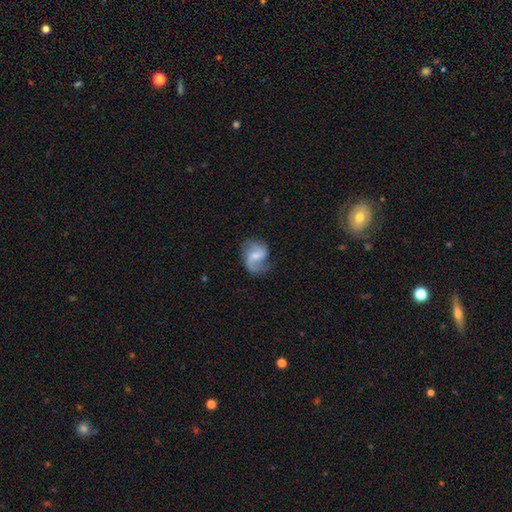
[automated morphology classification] A featured or disk galaxy (74%) with a weak bar (53%), 2 (79%) loose (52%) spiral arms (94%) and a small central bulge (44%). Merging: none (64%).